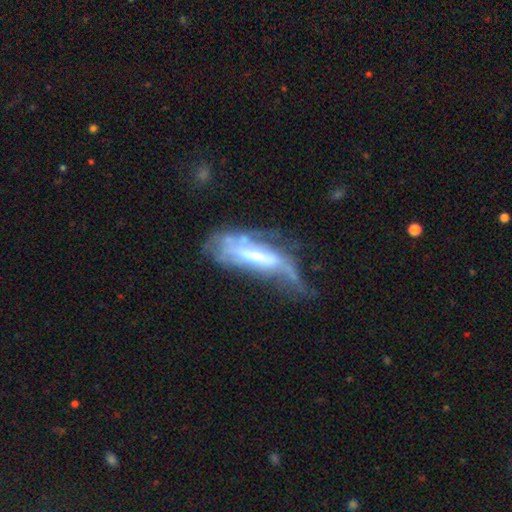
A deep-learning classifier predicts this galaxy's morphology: Smooth or featured: featured or disk — 68% (smooth — 22%)
Edge-on disk: no — 73% (yes — 27%)
Bar: no — 36% (weak — 34%)
Spiral arms: yes — 63% (no — 37%)
Bulge size: moderate — 42% (small — 37%)
Merging: major disturbance — 37% (none — 30%)